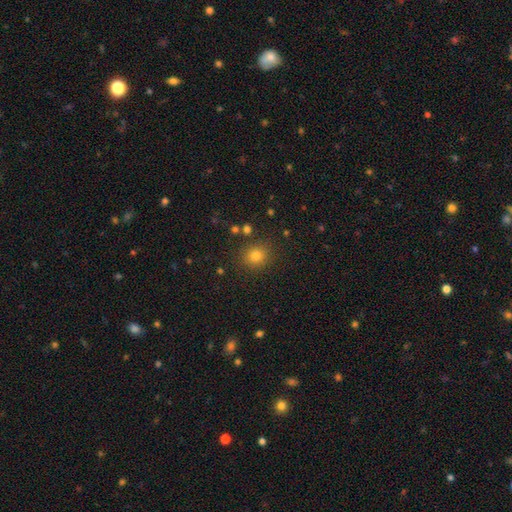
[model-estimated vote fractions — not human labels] This is likely a smooth galaxy (77%). How rounded: clearly round (81%). Merging: clearly none (87%).